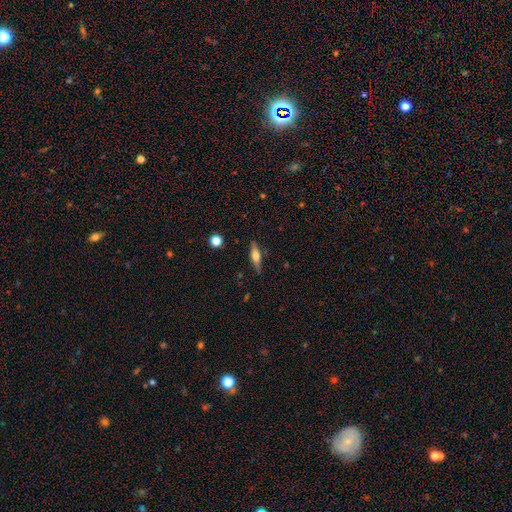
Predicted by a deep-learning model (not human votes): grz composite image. It shows a featured or disk galaxy (56%) viewed edge-on (95%) with a rounded central bulge (87%). Merging: none (86%).